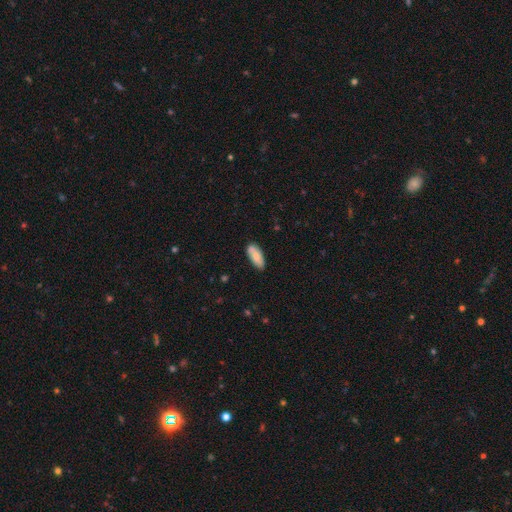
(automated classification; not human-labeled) Smooth or featured? Predicted: smooth (p=0.78). How rounded? Predicted: in between (p=0.80). Merging? Predicted: none (p=0.74).